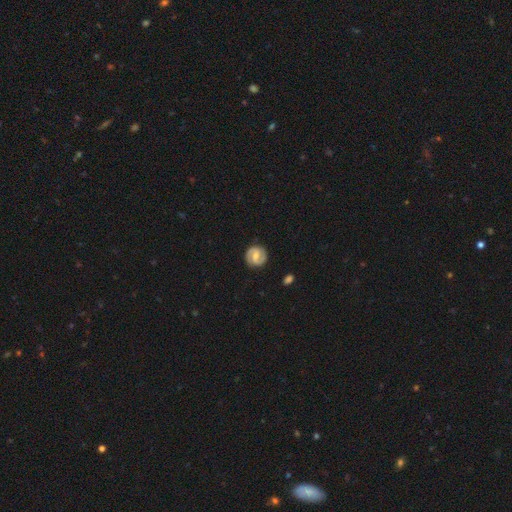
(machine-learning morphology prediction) This appears to be a featured or disk galaxy (78%) with a weak bar (51%), 2 (91%) medium (47%) spiral arms (94%) and a moderate central bulge (45%). Merging: none (88%).